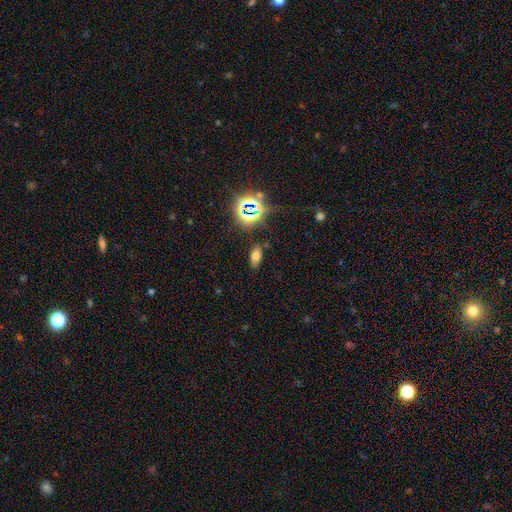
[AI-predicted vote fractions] Overall: smooth (65%; star or artifact 25%). How rounded: in between (87%). Merging: none (84%).